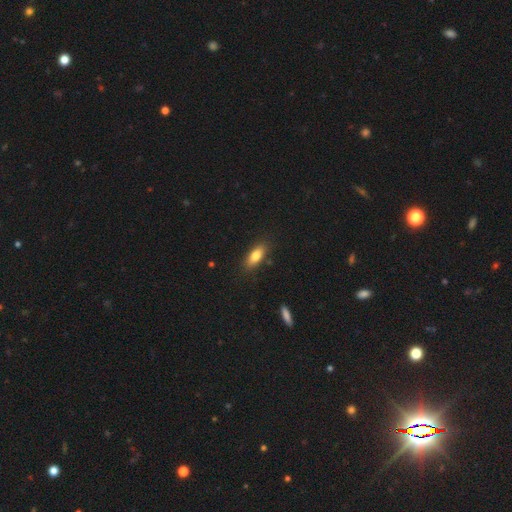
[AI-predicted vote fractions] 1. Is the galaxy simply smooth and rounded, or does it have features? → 79% smooth, 14% featured or disk, 7% star or artifact.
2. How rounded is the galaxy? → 75% in between, 22% cigar-shaped, 3% round.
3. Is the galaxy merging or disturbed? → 85% none, 11% minor disturbance, 2% major disturbance, 2% merger.